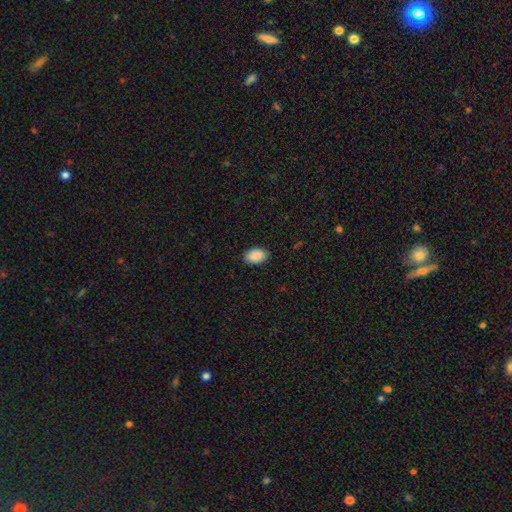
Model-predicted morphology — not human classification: A smooth galaxy with no disk features (90%) that is in between round and cigar-shaped (88%).

Vote fractions:
- Smooth or featured? smooth: 90% / star or artifact: 7% / featured or disk: 3%
- How rounded? in between: 88% / round: 11% / cigar-shaped: 1%
- Merging? none: 87% / minor disturbance: 10% / major disturbance: 2% / merger: 1%